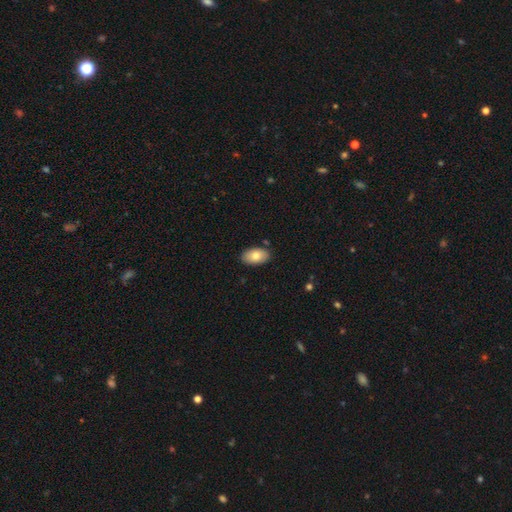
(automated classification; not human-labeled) Smooth or featured?
  - smooth: 78% *
  - featured or disk: 15%
  - star or artifact: 7%
How rounded?
  - in between: 94% *
  - round: 5%
  - cigar-shaped: 1%
Merging?
  - none: 87% *
  - minor disturbance: 10%
  - major disturbance: 2%
  - merger: 2%